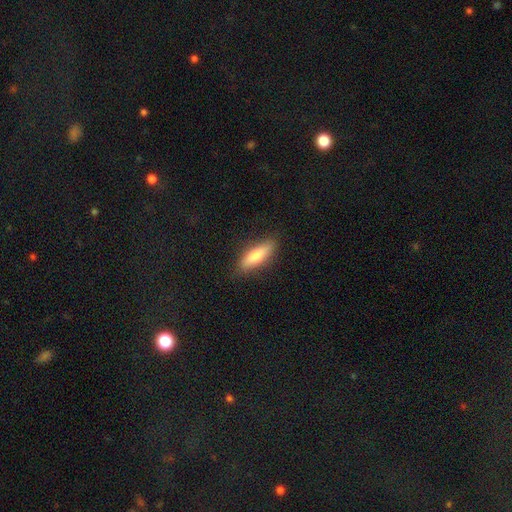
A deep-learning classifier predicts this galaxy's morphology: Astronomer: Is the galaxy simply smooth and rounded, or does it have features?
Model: smooth — 76%.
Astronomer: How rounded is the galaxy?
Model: cigar-shaped — 53% (runner-up: in between, 45%).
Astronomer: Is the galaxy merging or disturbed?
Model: none — 85%.